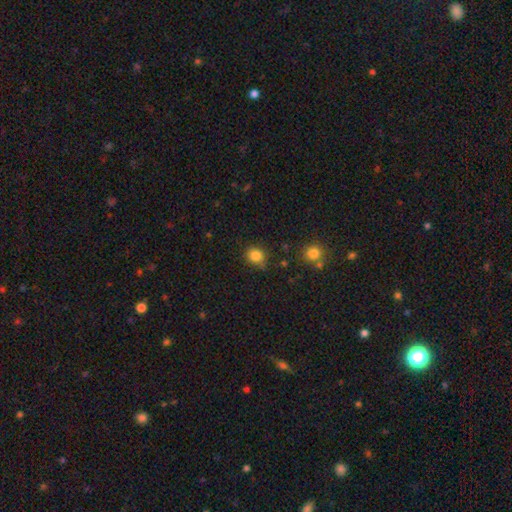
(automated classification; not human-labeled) smooth 83%, star or artifact 12%, featured or disk 5%. Down the decision tree: how rounded — round (80%); merging — none (73%).